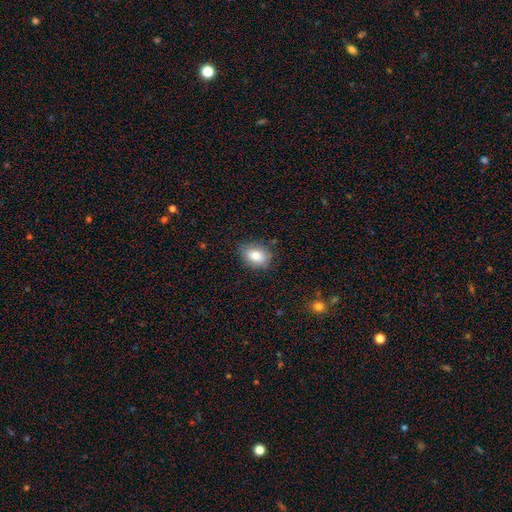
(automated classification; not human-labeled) Smooth or featured? smooth (82%)
How rounded? in between (71%)
Merging? none (79%)